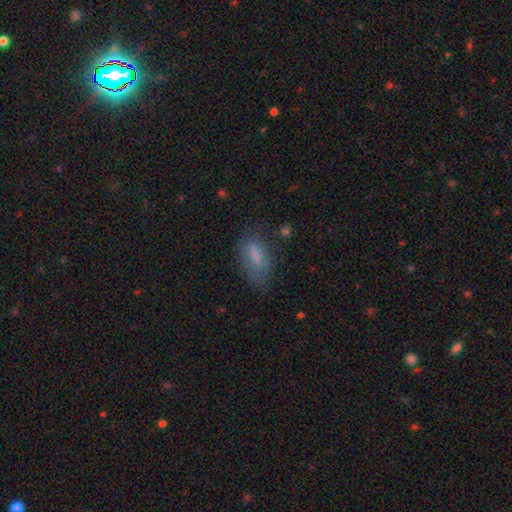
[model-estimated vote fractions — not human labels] smooth 69%, featured or disk 21%, star or artifact 10%. Down the decision tree: how rounded — in between (75%); merging — none (62%).